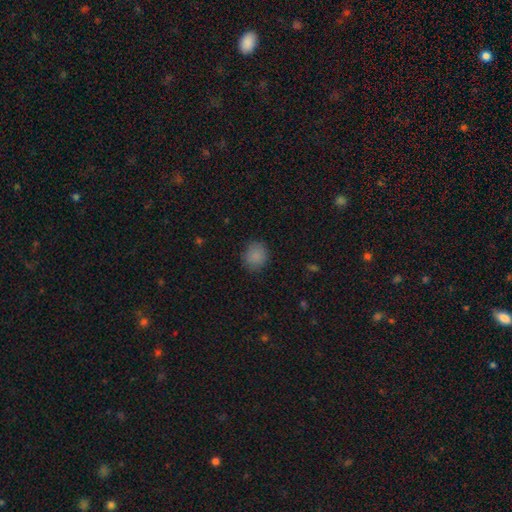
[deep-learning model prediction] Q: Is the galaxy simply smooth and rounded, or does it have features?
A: smooth — 86%.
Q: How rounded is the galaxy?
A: round — 77%.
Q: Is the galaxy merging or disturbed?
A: none — 85%.